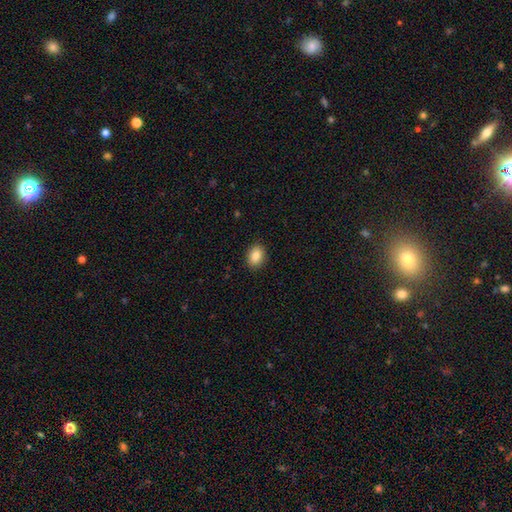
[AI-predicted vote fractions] Smooth or featured? Predicted: smooth (p=0.87). How rounded? Predicted: in between (p=0.70). Merging? Predicted: none (p=0.89).